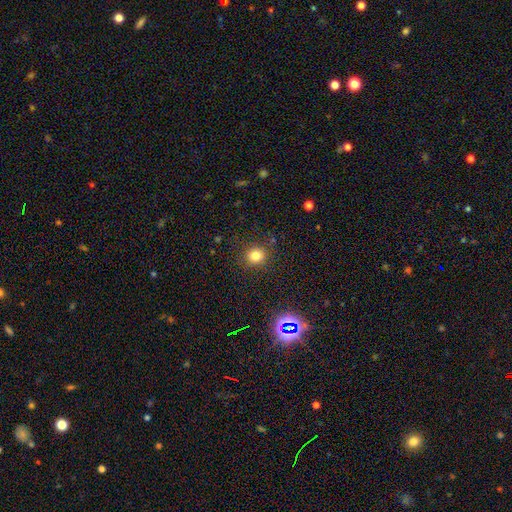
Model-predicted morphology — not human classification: Overall: smooth (79%). How rounded: round (84%). Merging: none (87%).